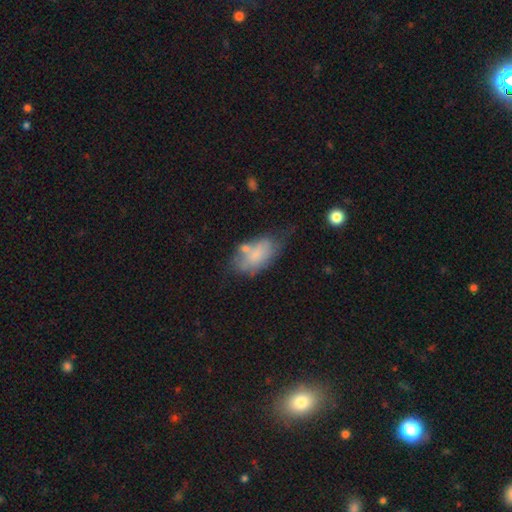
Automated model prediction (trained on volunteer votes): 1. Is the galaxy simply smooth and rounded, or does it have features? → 66% smooth, 26% featured or disk, 8% star or artifact.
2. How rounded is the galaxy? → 91% in between, 5% round, 4% cigar-shaped.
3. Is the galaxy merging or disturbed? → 34% none, 31% minor disturbance, 19% major disturbance, 16% merger.